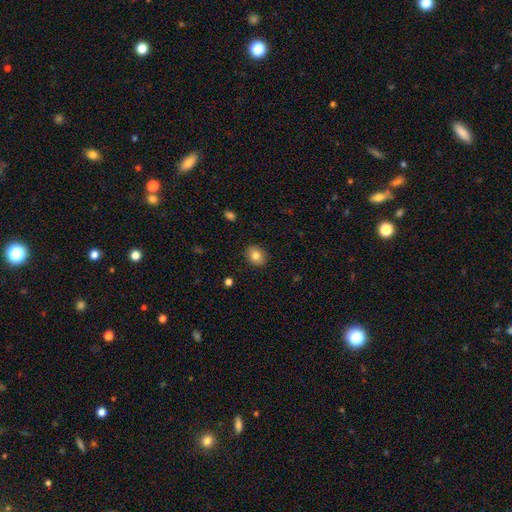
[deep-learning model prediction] Overall: smooth (81%). How rounded: round (53%; in between 46%). Merging: none (88%).